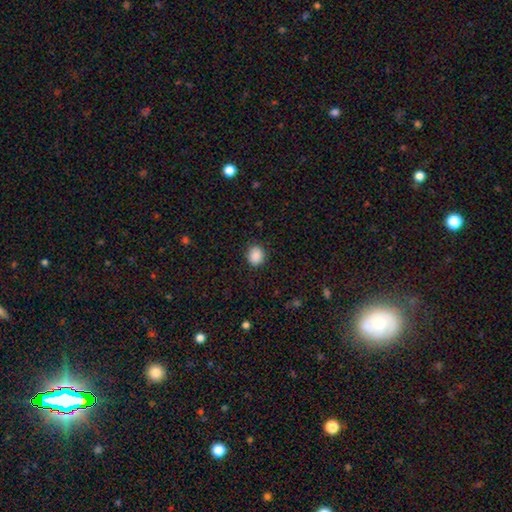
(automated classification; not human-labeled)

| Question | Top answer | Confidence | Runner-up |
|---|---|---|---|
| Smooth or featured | smooth | 89% | star or artifact (9%) |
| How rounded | round | 71% | in between (29%) |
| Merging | none | 88% | minor disturbance (8%) |